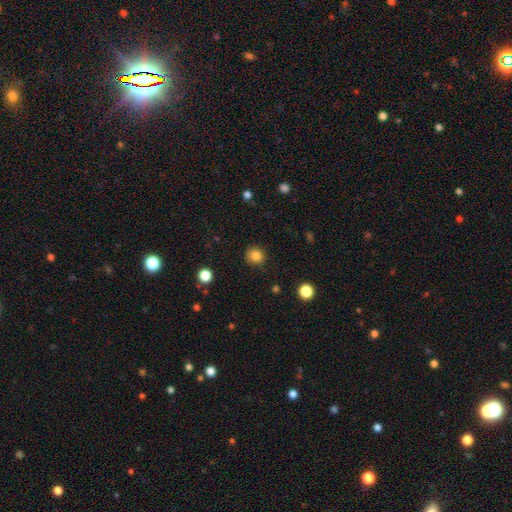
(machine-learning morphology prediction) Smooth or featured: smooth — 83% (star or artifact — 12%)
How rounded: round — 89% (in between — 10%)
Merging: none — 89% (minor disturbance — 8%)